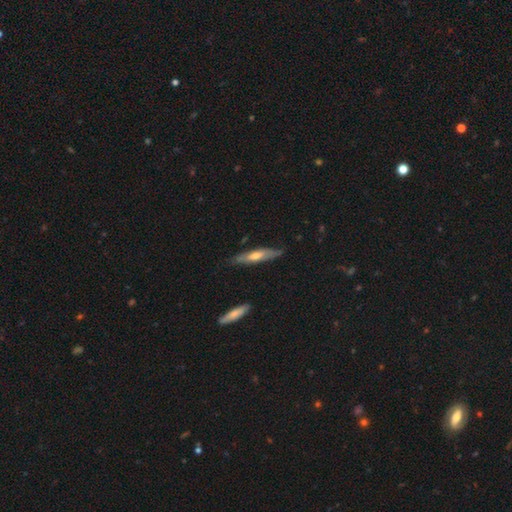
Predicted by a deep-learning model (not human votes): Smooth or featured? featured or disk (49%)
Merging? none (77%)